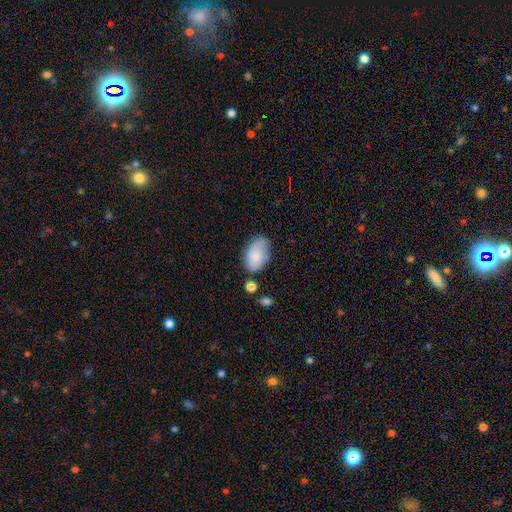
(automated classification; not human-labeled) smooth_or_featured: smooth (p=0.79) [alt: featured or disk p=0.14]
how_rounded: in between (p=0.93) [alt: round p=0.06]
merging: none (p=0.68) [alt: minor disturbance p=0.22]